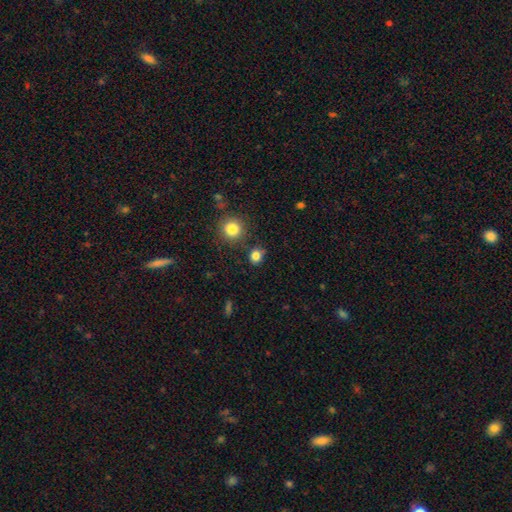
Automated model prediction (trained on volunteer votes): Overall: smooth (82%). How rounded: round (73%). Merging: none (74%).